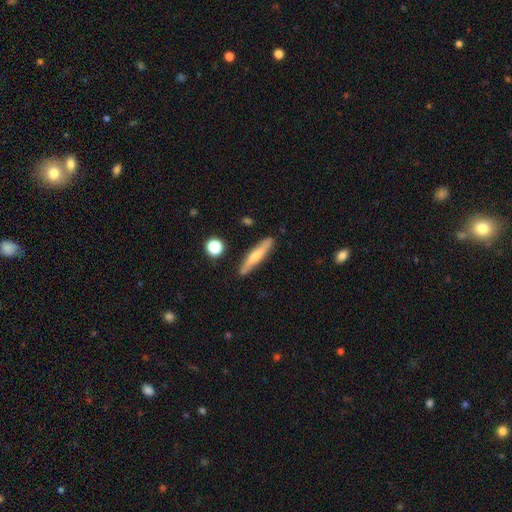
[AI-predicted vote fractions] The model was most divided on "smooth or featured": smooth: 54%, featured or disk: 39%, star or artifact: 6%. More confident: how rounded — cigar-shaped (90%); merging — none (86%).